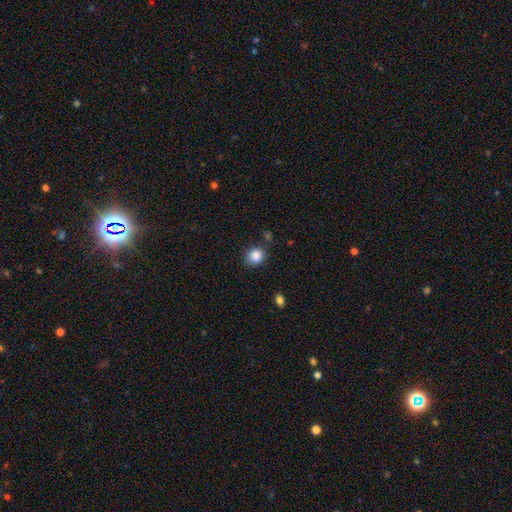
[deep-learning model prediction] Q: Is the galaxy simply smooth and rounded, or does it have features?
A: smooth — 87%.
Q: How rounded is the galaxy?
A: round — 71%.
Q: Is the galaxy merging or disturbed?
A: none — 80%.